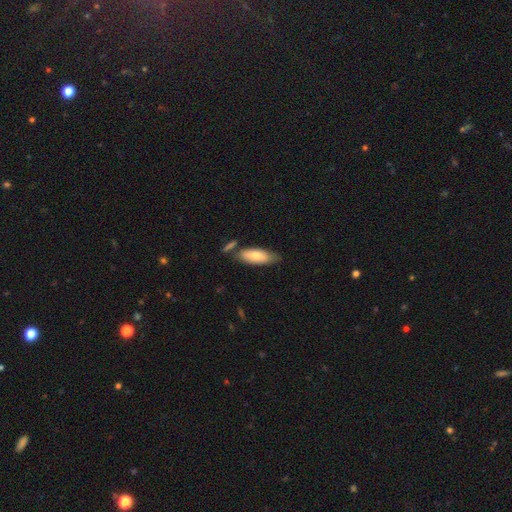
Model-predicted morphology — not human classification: Smooth or featured: smooth — 74% (featured or disk — 21%)
How rounded: in between — 72% (cigar-shaped — 26%)
Merging: none — 65% (minor disturbance — 19%)